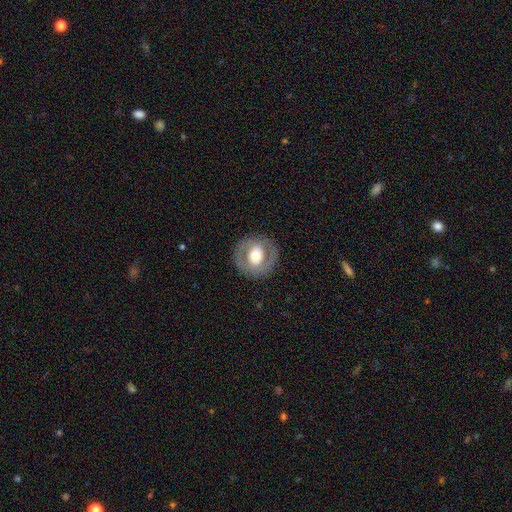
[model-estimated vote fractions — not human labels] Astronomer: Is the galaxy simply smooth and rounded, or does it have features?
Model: featured or disk — 53% (runner-up: smooth, 40%).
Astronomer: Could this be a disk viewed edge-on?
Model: no — 95%.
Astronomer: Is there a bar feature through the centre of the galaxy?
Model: no — 59%.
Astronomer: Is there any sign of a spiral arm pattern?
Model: no — 70%.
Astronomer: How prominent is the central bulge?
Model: moderate — 60%.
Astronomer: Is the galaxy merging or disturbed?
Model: none — 85%.